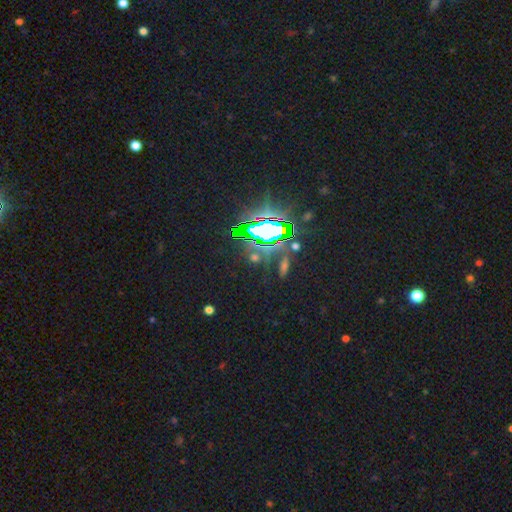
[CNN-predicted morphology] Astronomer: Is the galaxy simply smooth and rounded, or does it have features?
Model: star or artifact — 77%.